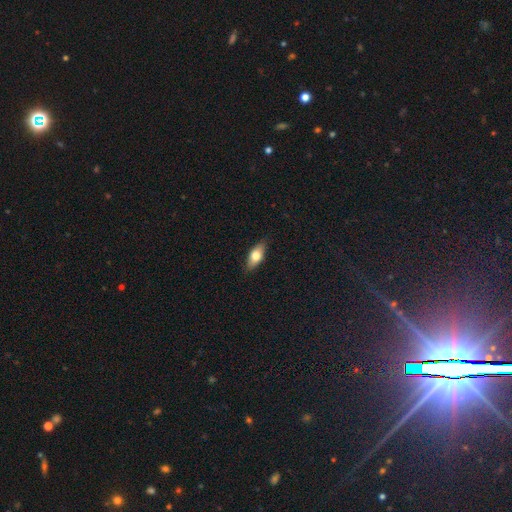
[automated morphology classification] smooth_or_featured: smooth (p=0.69) [alt: featured or disk p=0.24]
how_rounded: in between (p=0.79) [alt: cigar-shaped p=0.17]
merging: none (p=0.85) [alt: minor disturbance p=0.12]